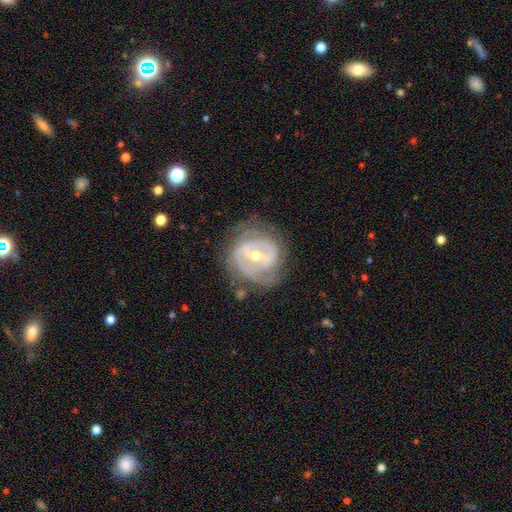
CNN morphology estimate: A featured or disk galaxy (86%) with a strong bar (43%), tight (66%) spiral arms (85%) and a moderate central bulge (53%). Merging: none (68%).